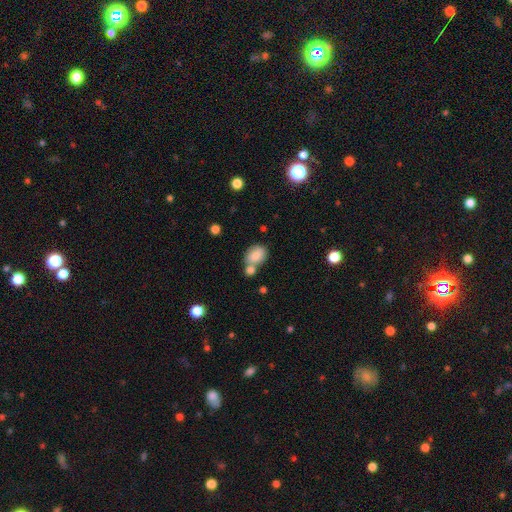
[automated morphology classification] This is clearly a smooth galaxy (81%). How rounded: likely in between (63%). Merging: possibly none (46%).